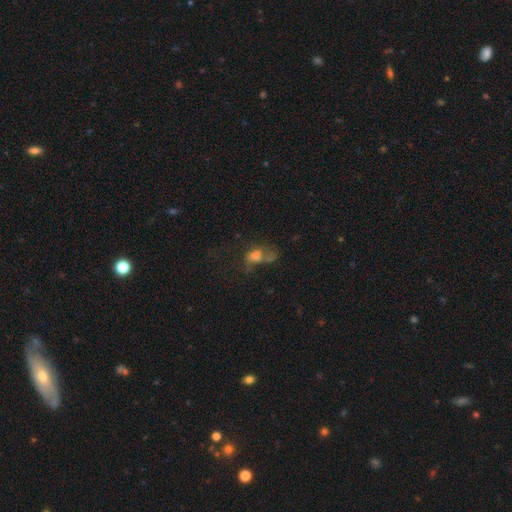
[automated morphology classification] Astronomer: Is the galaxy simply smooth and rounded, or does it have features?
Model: smooth — 49% (runner-up: featured or disk, 30%).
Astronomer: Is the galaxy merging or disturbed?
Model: major disturbance — 35% (runner-up: none, 28%).